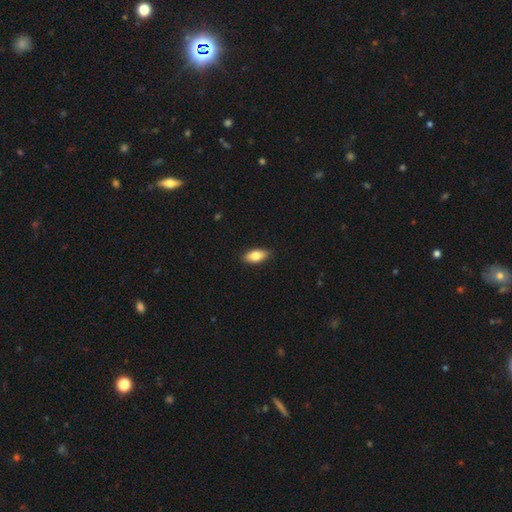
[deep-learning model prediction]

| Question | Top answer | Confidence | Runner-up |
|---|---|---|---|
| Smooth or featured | smooth | 78% | featured or disk (16%) |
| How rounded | in between | 86% | cigar-shaped (11%) |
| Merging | none | 89% | minor disturbance (8%) |